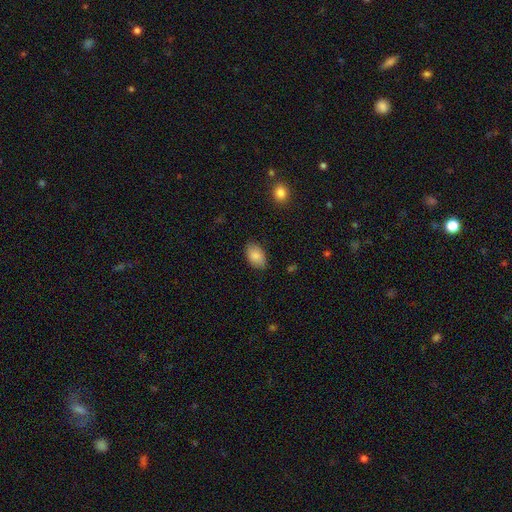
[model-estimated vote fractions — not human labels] The model was most divided on "merging": none: 83%, minor disturbance: 13%, major disturbance: 3%, merger: 1%. More confident: how rounded — in between (90%); smooth or featured — smooth (87%).